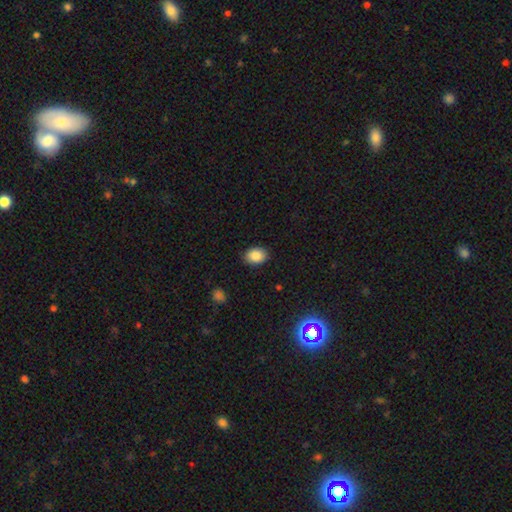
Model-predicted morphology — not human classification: A smooth galaxy with no disk features (87%) that is in between round and cigar-shaped (68%). Merging: none (87%).